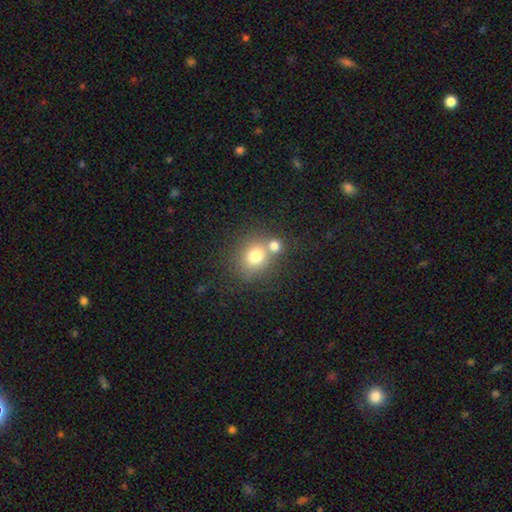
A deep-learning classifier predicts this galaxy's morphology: Smooth or featured? smooth (74%)
How rounded? round (77%)
Merging? none (50%)